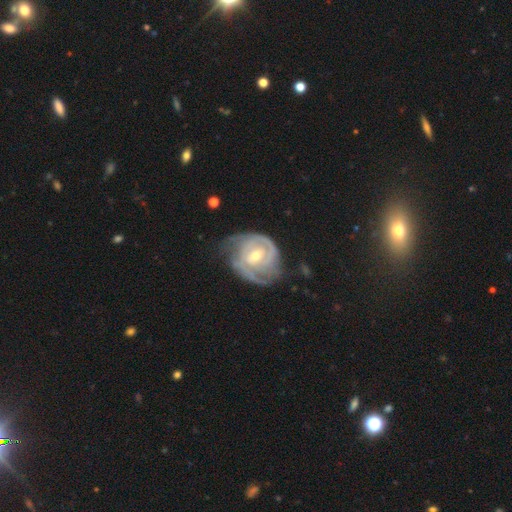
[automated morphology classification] smooth_or_featured: featured or disk (p=0.84) [alt: smooth p=0.11]
disk_edge_on: no (p=0.97) [alt: yes p=0.03]
bar: no (p=0.47) [alt: weak p=0.42]
has_spiral_arms: yes (p=0.93) [alt: no p=0.07]
spiral_winding: tight (p=0.66) [alt: medium p=0.27]
spiral_arm_count: 2 (p=0.39) [alt: can't tell p=0.30]
bulge_size: moderate (p=0.55) [alt: small p=0.42]
merging: none (p=0.54) [alt: minor disturbance p=0.28]